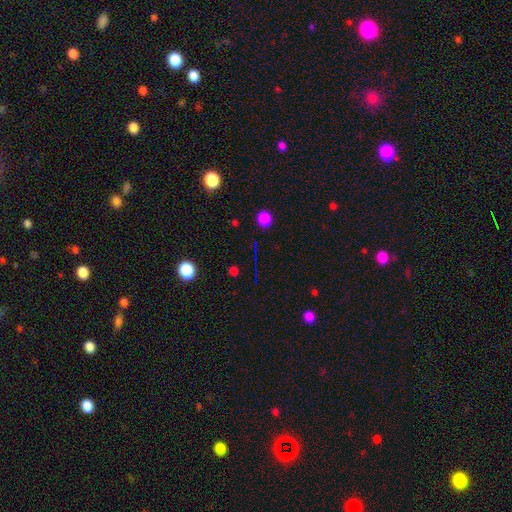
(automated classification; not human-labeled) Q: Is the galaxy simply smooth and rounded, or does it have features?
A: star or artifact — 49%.